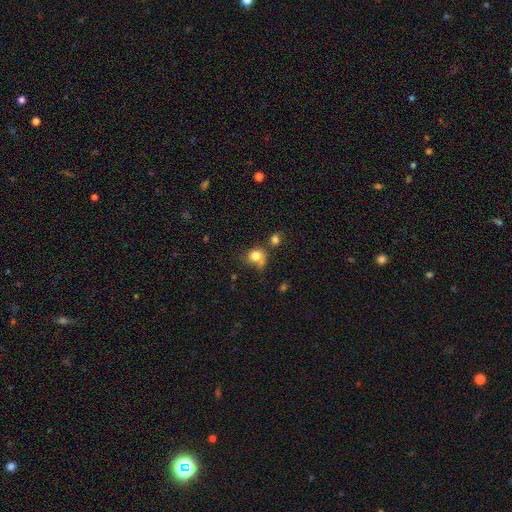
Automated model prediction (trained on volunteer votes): Smooth or featured? smooth (79%)
How rounded? round (67%)
Merging? none (42%)